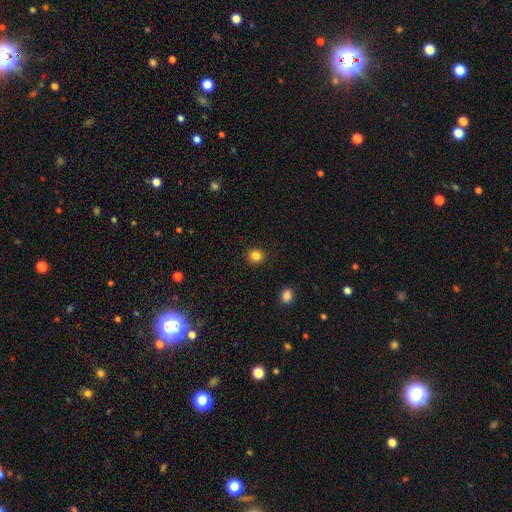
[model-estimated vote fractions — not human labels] Smooth or featured?
  - smooth: 84% *
  - star or artifact: 12%
  - featured or disk: 4%
How rounded?
  - round: 86% *
  - in between: 13%
  - cigar-shaped: 1%
Merging?
  - none: 91% *
  - minor disturbance: 6%
  - major disturbance: 2%
  - merger: 1%